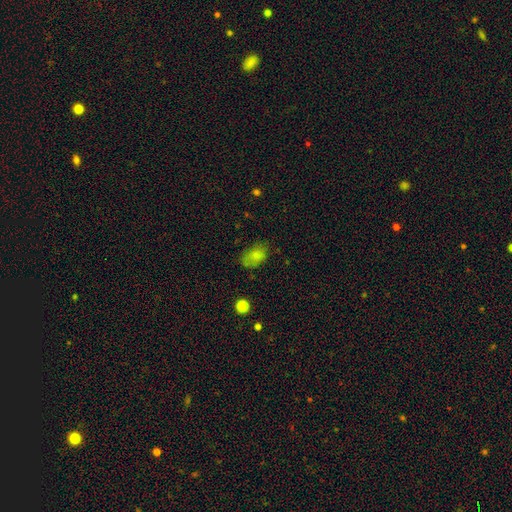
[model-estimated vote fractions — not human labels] This appears to be a smooth galaxy with no disk features (79%) that is in between round and cigar-shaped (85%). Merging: none (63%).